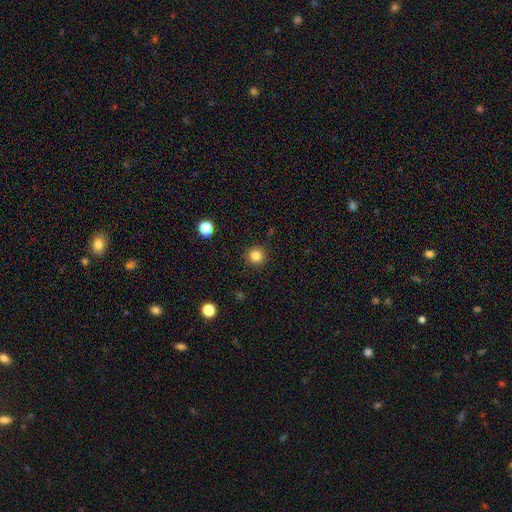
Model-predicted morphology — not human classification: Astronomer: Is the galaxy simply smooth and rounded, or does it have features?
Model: smooth — 84%.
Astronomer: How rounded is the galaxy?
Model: round — 94%.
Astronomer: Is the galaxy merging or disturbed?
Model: none — 92%.